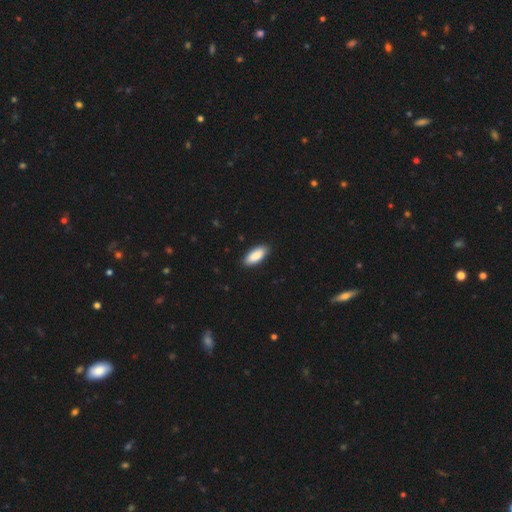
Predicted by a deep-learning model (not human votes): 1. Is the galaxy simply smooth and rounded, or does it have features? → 88% smooth, 6% featured or disk, 5% star or artifact.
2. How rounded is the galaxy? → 85% in between, 13% cigar-shaped, 2% round.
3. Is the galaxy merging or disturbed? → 90% none, 8% minor disturbance, 2% major disturbance, 1% merger.